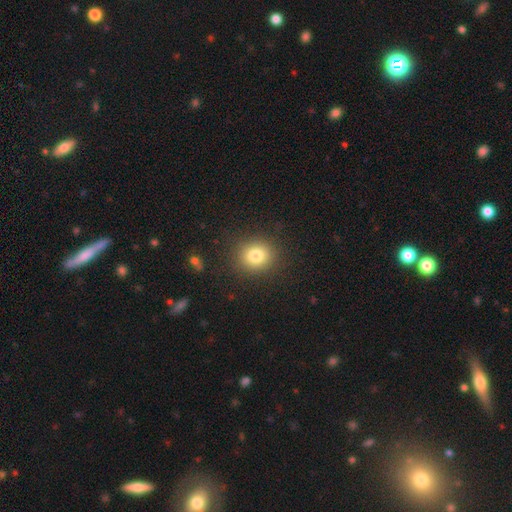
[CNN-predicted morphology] A smooth galaxy with no disk features (80%) that is round (80%).

Vote fractions:
- Smooth or featured? smooth: 80% / star or artifact: 12% / featured or disk: 8%
- How rounded? round: 80% / in between: 19% / cigar-shaped: 1%
- Merging? none: 89% / minor disturbance: 7% / major disturbance: 3% / merger: 1%